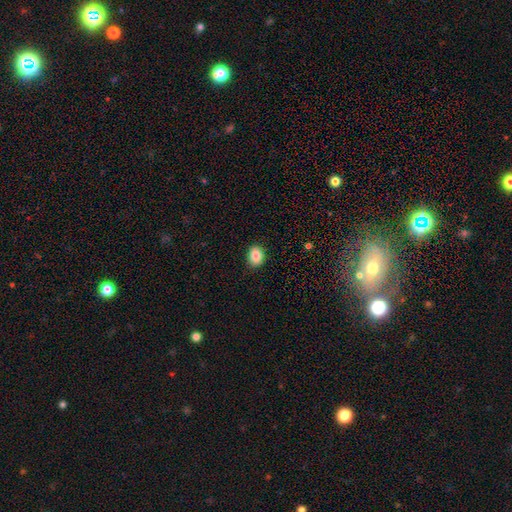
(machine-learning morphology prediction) smooth 87%, star or artifact 9%, featured or disk 5%. Down the decision tree: how rounded — in between (63%); merging — none (88%).